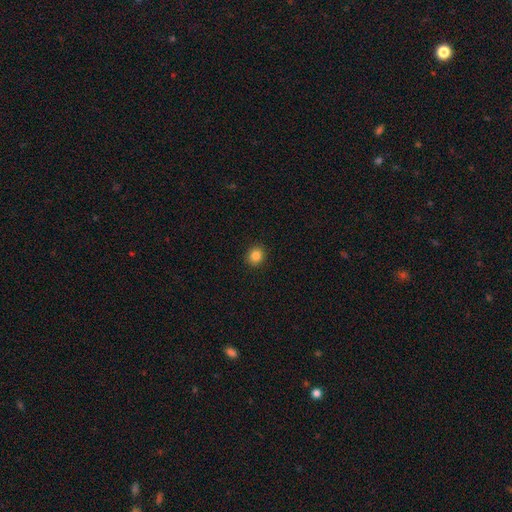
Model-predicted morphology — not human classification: This is clearly a smooth galaxy (85%). How rounded: clearly round (82%). Merging: clearly none (91%).